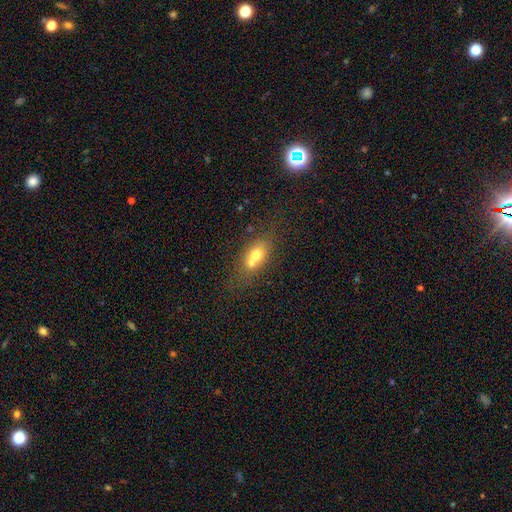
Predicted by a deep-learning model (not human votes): Q: Smooth or featured?
A: smooth (63%); runner-up: featured or disk (26%)
Q: How rounded?
A: in between (63%); runner-up: round (31%)
Q: Merging?
A: merger (56%); runner-up: none (31%)